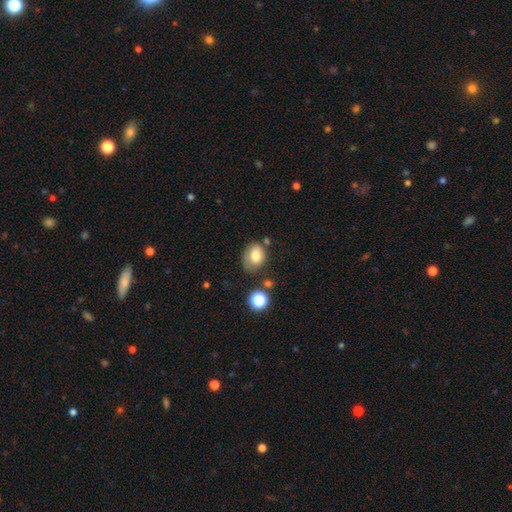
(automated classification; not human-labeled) smooth 76%, featured or disk 14%, star or artifact 10%. Down the decision tree: how rounded — in between (60%); merging — none (55%).